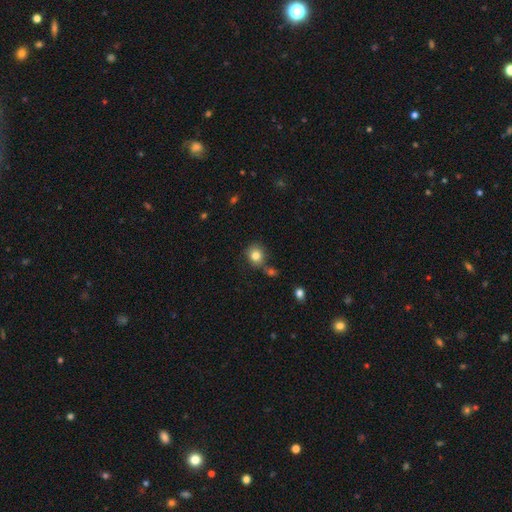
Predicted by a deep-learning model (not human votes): Smooth or featured? smooth (81%)
How rounded? round (82%)
Merging? none (63%)